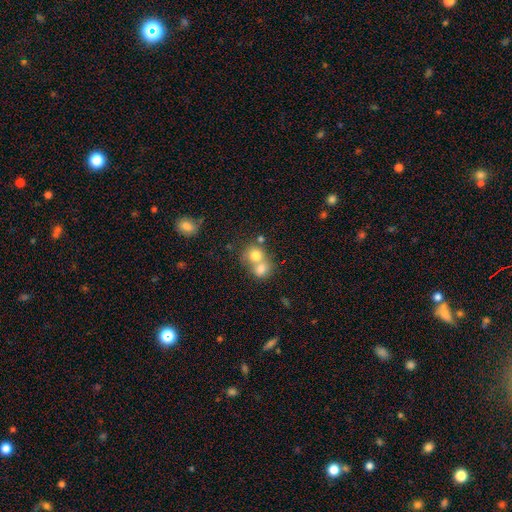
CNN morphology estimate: smooth-or-featured: smooth: 73% | featured or disk: 16% | star or artifact: 10%
  how-rounded: round: 77% | in between: 22% | cigar-shaped: 1%
  merging: merger: 64% | none: 29% | minor disturbance: 5% | major disturbance: 3%